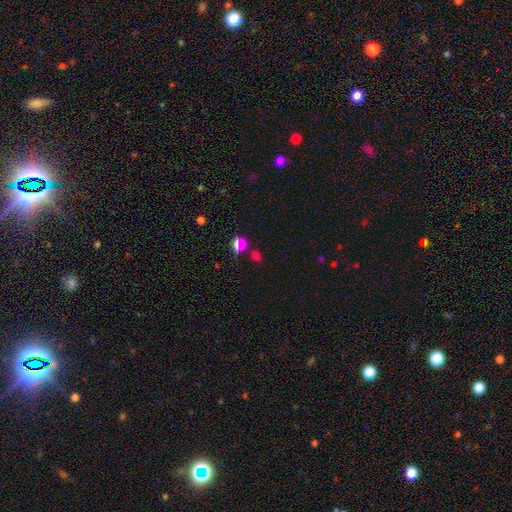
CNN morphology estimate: smooth_or_featured: smooth (p=0.50) [alt: star or artifact p=0.43]
merging: none (p=0.69) [alt: merger p=0.15]